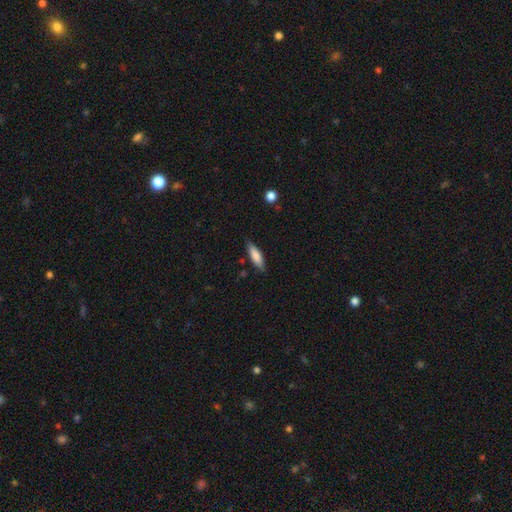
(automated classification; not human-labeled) smooth-or-featured: smooth: 79% | featured or disk: 16% | star or artifact: 6%
  how-rounded: cigar-shaped: 61% | in between: 38% | round: 2%
  merging: none: 84% | minor disturbance: 12% | major disturbance: 2% | merger: 2%